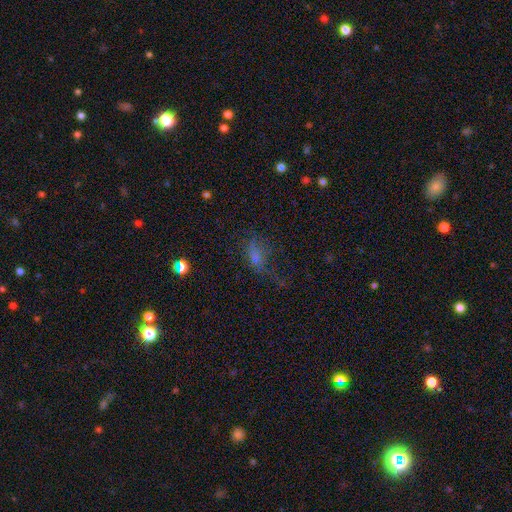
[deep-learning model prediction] Overall: smooth (59%; star or artifact 21%). How rounded: in between (77%). Merging: major disturbance (41%; none 33%).